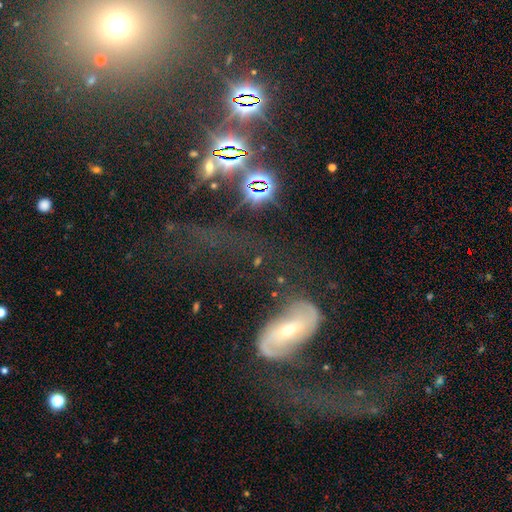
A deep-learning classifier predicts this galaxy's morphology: featured or disk 68%, star or artifact 16%, smooth 16%. Down the decision tree: edge-on disk — no (91%); bar — no (39%); spiral arms — yes (77%); bulge size — moderate (49%); merging — none (45%).